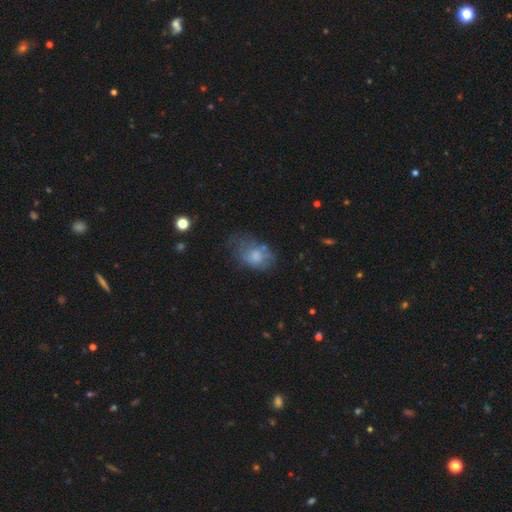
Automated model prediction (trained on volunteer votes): smooth 66%, featured or disk 24%, star or artifact 10%. Down the decision tree: how rounded — in between (81%); merging — none (37%).